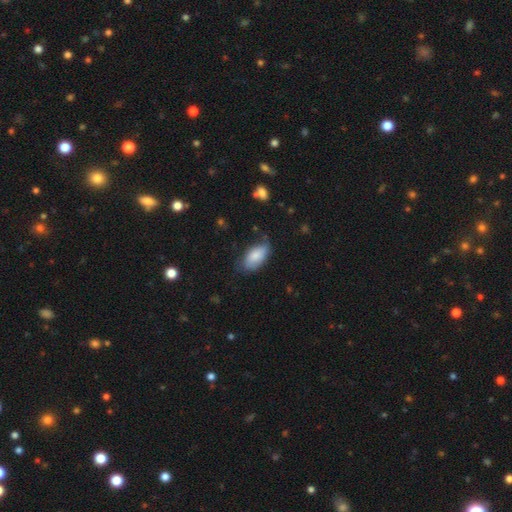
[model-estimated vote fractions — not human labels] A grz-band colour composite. It shows a smooth galaxy with no disk features (83%) that is in between round and cigar-shaped (93%). Merging: none (62%).